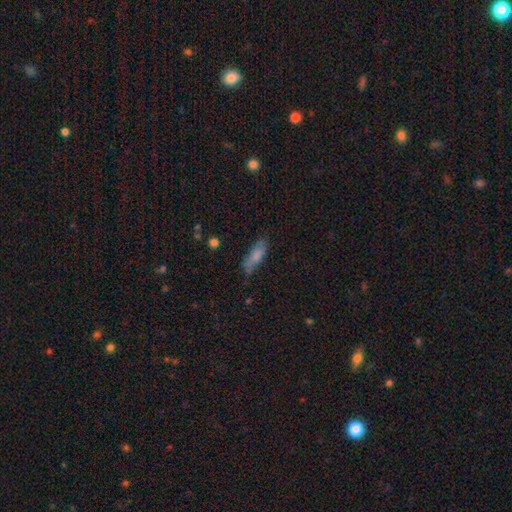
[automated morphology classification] smooth 75%, featured or disk 17%, star or artifact 8%. Down the decision tree: how rounded — in between (57%); merging — none (69%).